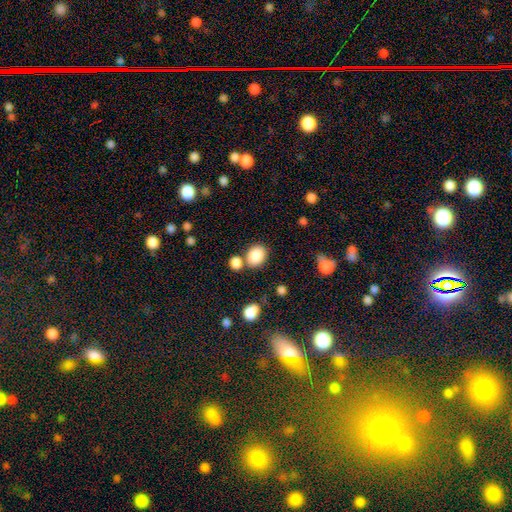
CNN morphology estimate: This appears to be a smooth galaxy with no disk features (86%) that is in between round and cigar-shaped (51%). Merging: none (68%).